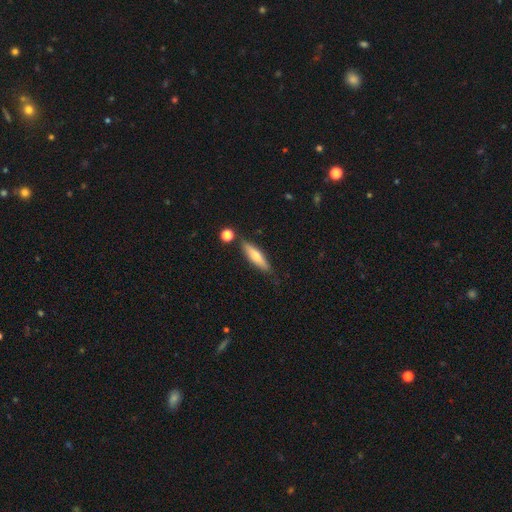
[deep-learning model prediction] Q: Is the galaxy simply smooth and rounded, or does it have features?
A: smooth — 61%.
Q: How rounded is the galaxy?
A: cigar-shaped — 72%.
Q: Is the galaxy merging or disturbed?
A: none — 78%.